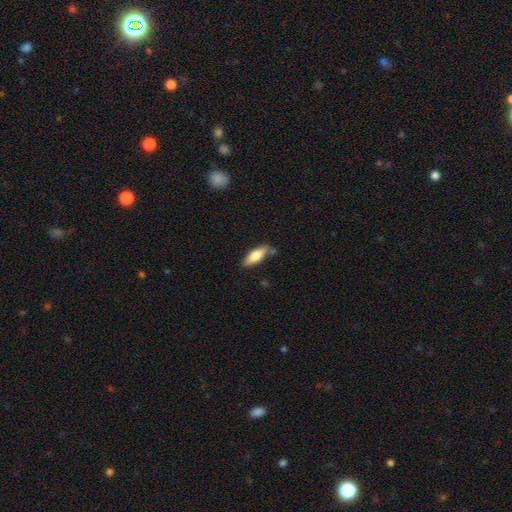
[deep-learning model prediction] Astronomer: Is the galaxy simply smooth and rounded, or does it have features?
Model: smooth — 67%.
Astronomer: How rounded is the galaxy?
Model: in between — 62%.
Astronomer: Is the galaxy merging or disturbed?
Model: none — 69%.